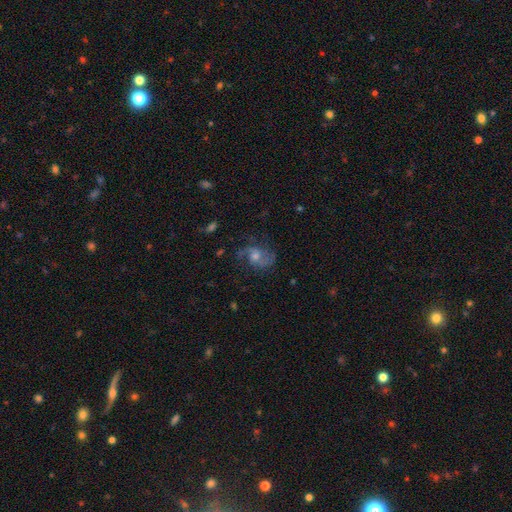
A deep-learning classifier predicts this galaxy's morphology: Smooth or featured? Predicted: featured or disk (p=0.73). Edge-on disk? Predicted: no (p=0.97). Bar? Predicted: no (p=0.67). Spiral arms? Predicted: yes (p=0.92). Spiral winding? Predicted: medium (p=0.47). Spiral arm count? Predicted: 2 (p=0.76). Bulge size? Predicted: moderate (p=0.56). Merging? Predicted: none (p=0.66).